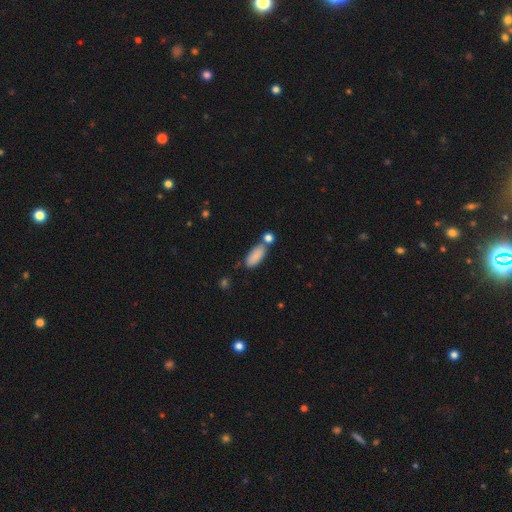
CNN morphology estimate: Overall: smooth (85%). How rounded: in between (79%). Merging: none (59%; merger 22%).